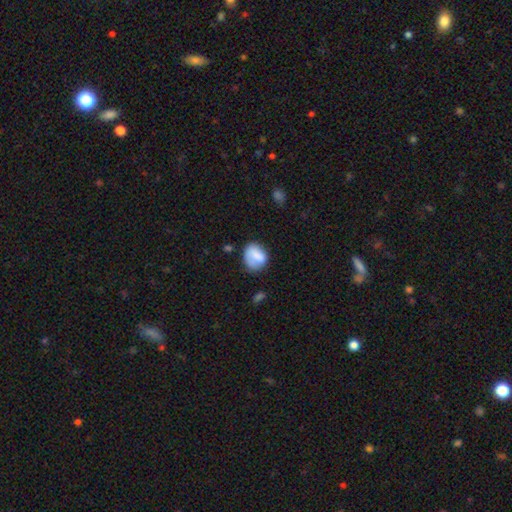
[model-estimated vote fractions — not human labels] smooth_or_featured: smooth (p=0.76) [alt: featured or disk p=0.17]
how_rounded: round (p=0.51) [alt: in between p=0.48]
merging: none (p=0.54) [alt: minor disturbance p=0.28]